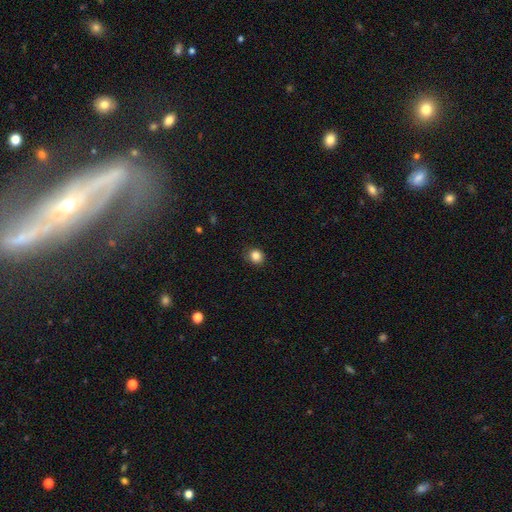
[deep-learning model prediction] Smooth or featured? Predicted: smooth (p=0.84). How rounded? Predicted: round (p=0.80). Merging? Predicted: none (p=0.84).